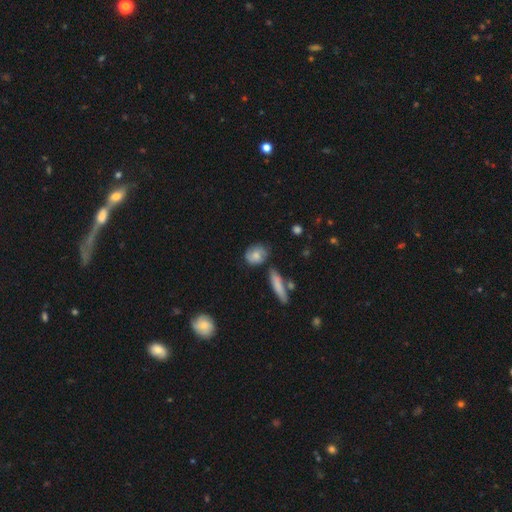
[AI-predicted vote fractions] This appears to be a smooth galaxy with no disk features (63%) that is round (47%, tied with in between). Merging: none (66%).